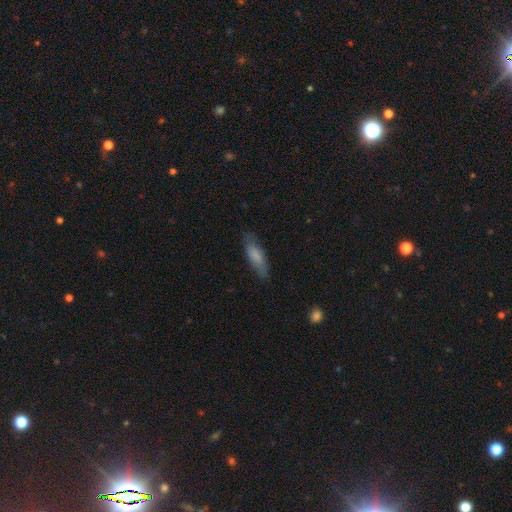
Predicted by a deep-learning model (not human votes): Q: Smooth or featured?
A: smooth (76%); runner-up: featured or disk (17%)
Q: How rounded?
A: cigar-shaped (51%); runner-up: in between (48%)
Q: Merging?
A: none (76%); runner-up: minor disturbance (18%)